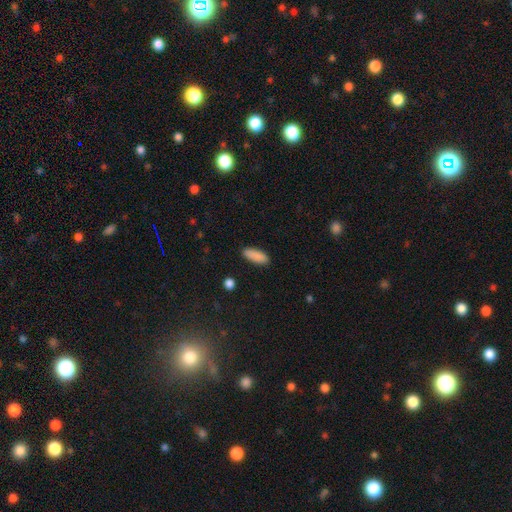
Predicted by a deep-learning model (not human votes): A smooth galaxy with no disk features (89%) that is in between round and cigar-shaped (66%).

Vote fractions:
- Smooth or featured? smooth: 89% / star or artifact: 7% / featured or disk: 4%
- How rounded? in between: 66% / cigar-shaped: 32% / round: 2%
- Merging? none: 88% / minor disturbance: 8% / major disturbance: 2% / merger: 1%